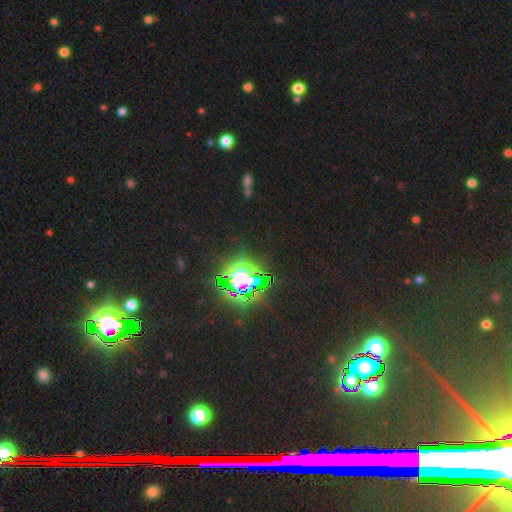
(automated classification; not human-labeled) Overall: star or artifact (80%).